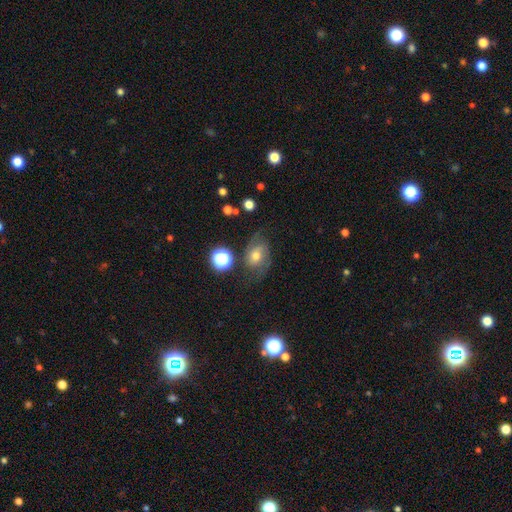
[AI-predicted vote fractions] Morphology: type=featured or disk (49%); merging=none (56%).